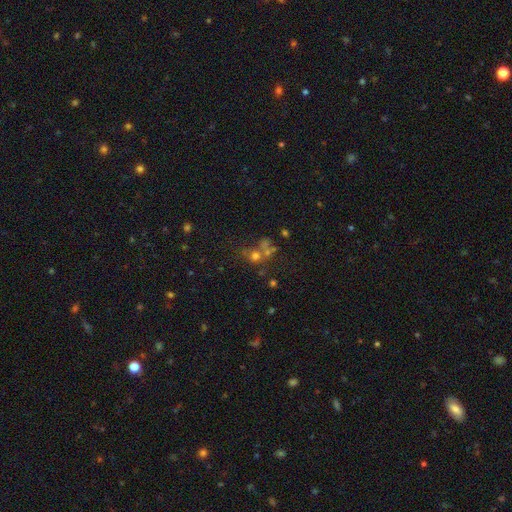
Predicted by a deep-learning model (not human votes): smooth_or_featured: smooth (p=0.54) [alt: star or artifact p=0.26]
how_rounded: round (p=0.78) [alt: in between p=0.20]
merging: none (p=0.41) [alt: merger p=0.40]